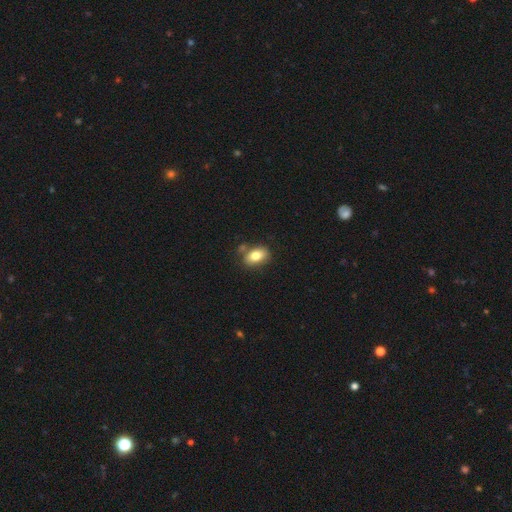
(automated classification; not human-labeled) Smooth or featured?
  - smooth: 79% *
  - featured or disk: 12%
  - star or artifact: 8%
How rounded?
  - in between: 86% *
  - round: 12%
  - cigar-shaped: 2%
Merging?
  - none: 69% *
  - minor disturbance: 16%
  - merger: 11%
  - major disturbance: 4%